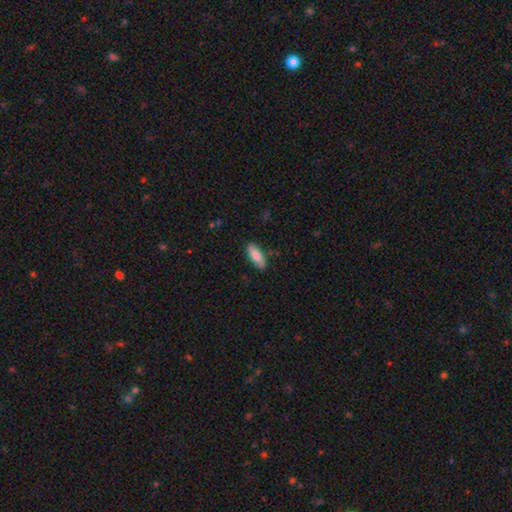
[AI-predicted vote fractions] Overall: smooth (80%). How rounded: in between (73%). Merging: none (84%).